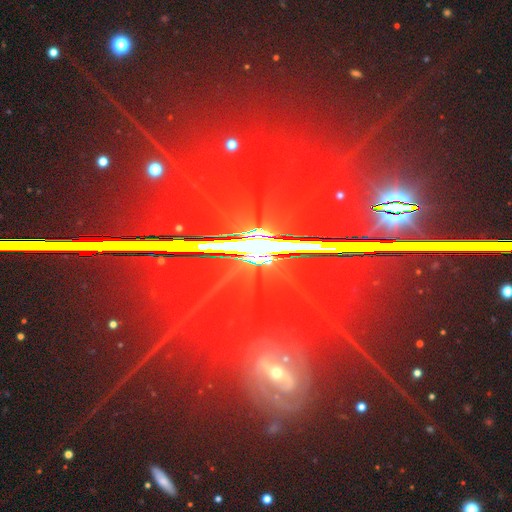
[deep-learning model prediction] star or artifact 82%, featured or disk 13%, smooth 6%.